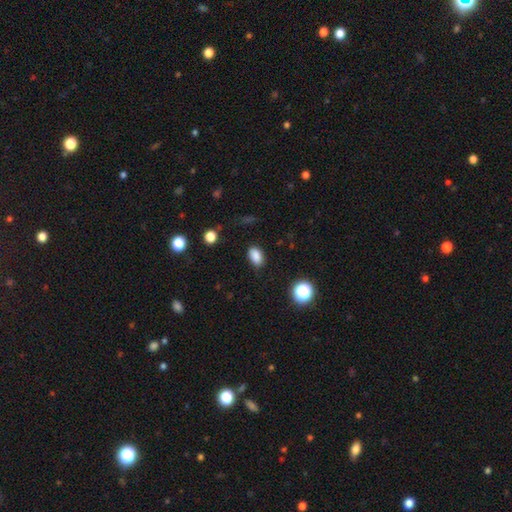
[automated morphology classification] The model was most divided on "merging": none: 82%, minor disturbance: 13%, major disturbance: 3%, merger: 1%. More confident: how rounded — in between (85%); smooth or featured — smooth (84%).